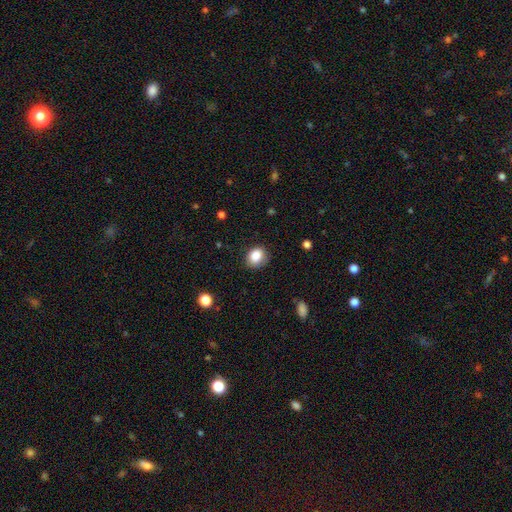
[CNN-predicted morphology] type=smooth (86%); roundness=round (55%); merging=none (79%).